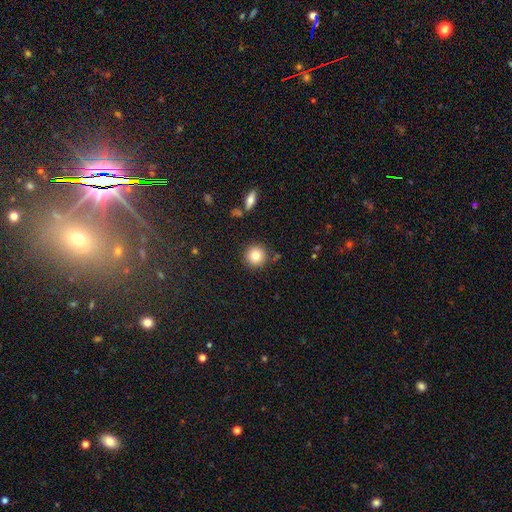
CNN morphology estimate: Overall: smooth (81%). How rounded: round (94%). Merging: none (87%).